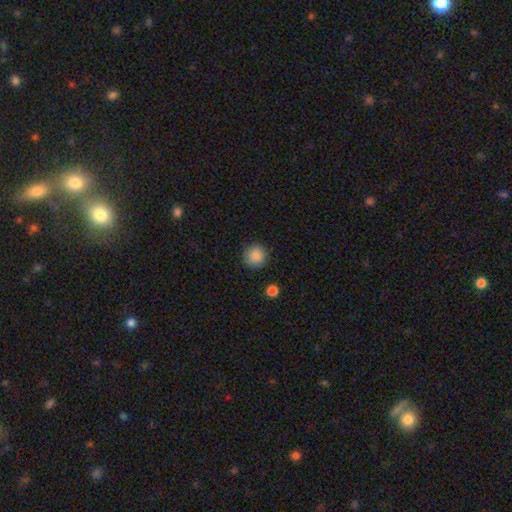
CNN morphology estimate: type=smooth (87%); roundness=round (95%); merging=none (91%).